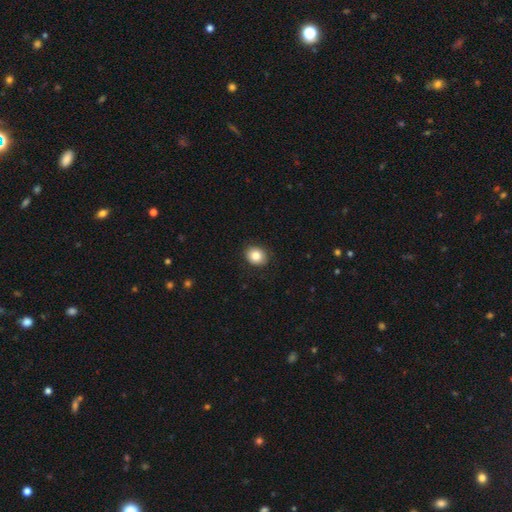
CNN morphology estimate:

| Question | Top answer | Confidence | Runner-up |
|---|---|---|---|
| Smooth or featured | smooth | 86% | star or artifact (9%) |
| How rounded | round | 62% | in between (37%) |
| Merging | none | 89% | minor disturbance (8%) |